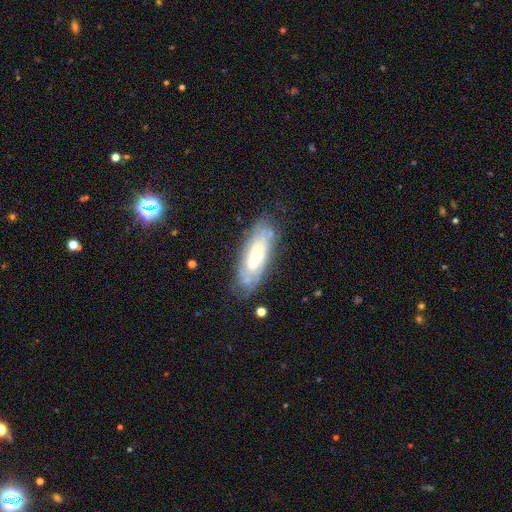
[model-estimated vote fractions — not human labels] smooth_or_featured: featured or disk (p=0.55) [alt: smooth p=0.37]
disk_edge_on: no (p=0.77) [alt: yes p=0.23]
merging: none (p=0.71) [alt: minor disturbance p=0.19]